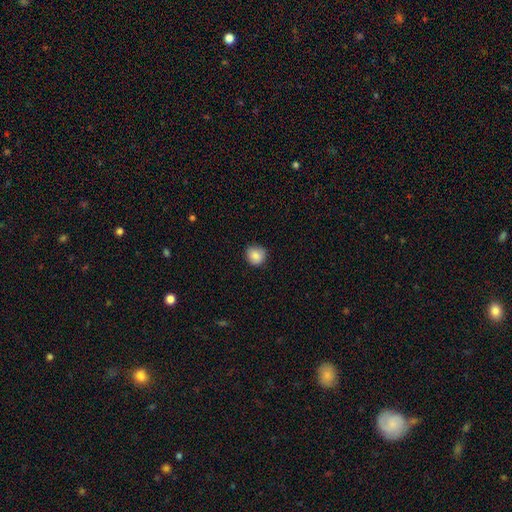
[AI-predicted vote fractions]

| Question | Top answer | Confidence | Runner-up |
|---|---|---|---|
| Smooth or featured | smooth | 86% | star or artifact (8%) |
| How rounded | round | 89% | in between (11%) |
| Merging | none | 83% | minor disturbance (14%) |